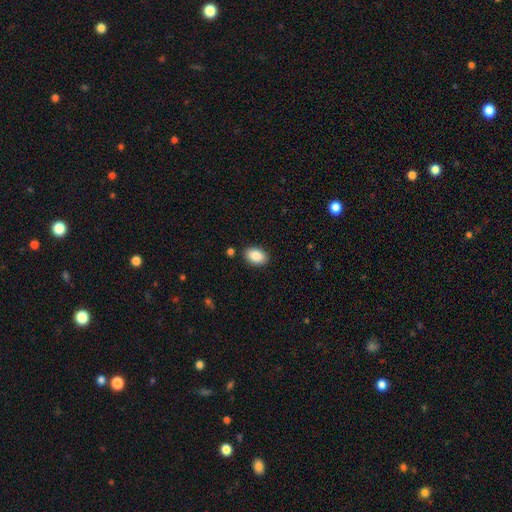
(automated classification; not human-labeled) Q: Smooth or featured?
A: smooth (88%); runner-up: star or artifact (7%)
Q: How rounded?
A: in between (88%); runner-up: round (11%)
Q: Merging?
A: none (87%); runner-up: minor disturbance (9%)